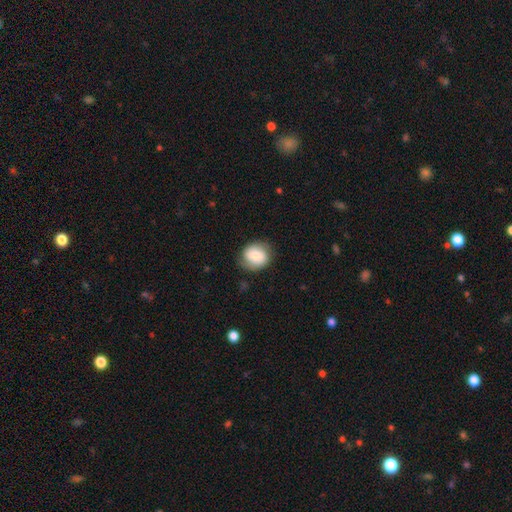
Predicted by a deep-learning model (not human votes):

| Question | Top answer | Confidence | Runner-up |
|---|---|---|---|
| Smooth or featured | smooth | 71% | featured or disk (21%) |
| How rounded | round | 70% | in between (29%) |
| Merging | none | 76% | minor disturbance (18%) |